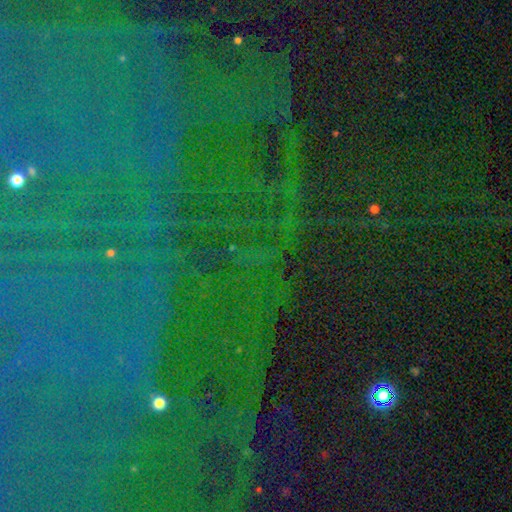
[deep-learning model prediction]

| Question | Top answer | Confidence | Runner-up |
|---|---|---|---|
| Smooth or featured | star or artifact | 85% | featured or disk (8%) |